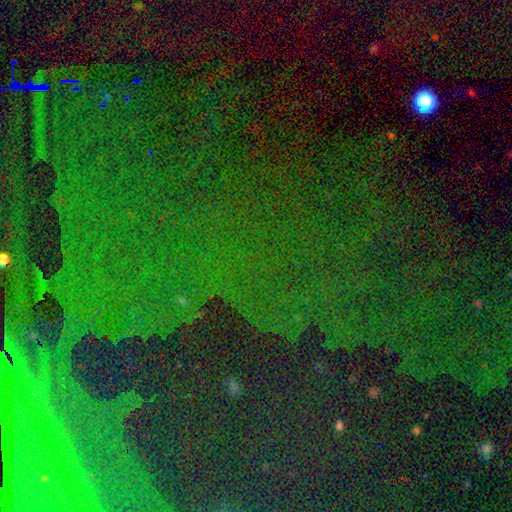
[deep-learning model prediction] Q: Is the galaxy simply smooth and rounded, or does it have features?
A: star or artifact — 81%.